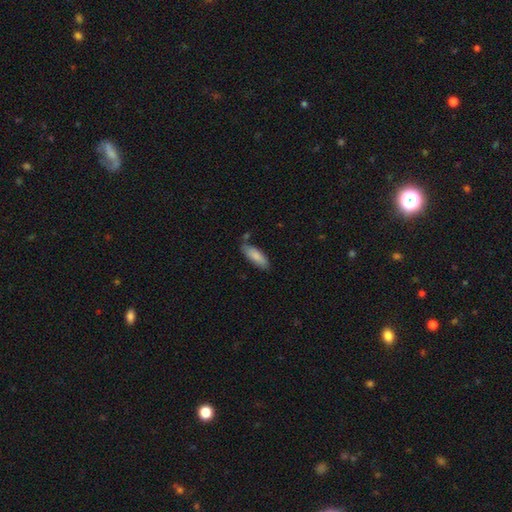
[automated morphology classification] Smooth or featured: smooth — 85% (featured or disk — 10%)
How rounded: in between — 61% (cigar-shaped — 37%)
Merging: none — 72% (minor disturbance — 19%)